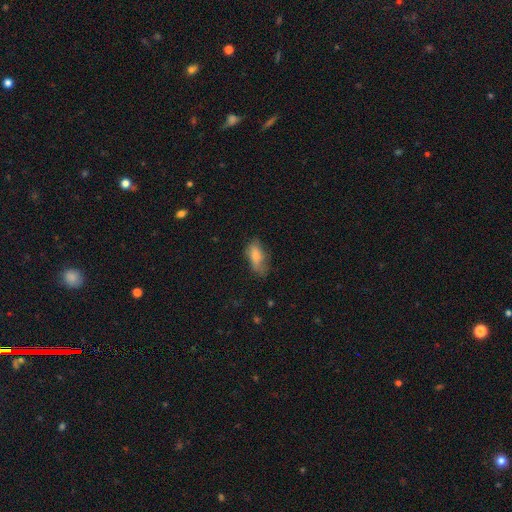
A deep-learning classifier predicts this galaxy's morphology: Q: Smooth or featured?
A: smooth (76%); runner-up: featured or disk (16%)
Q: How rounded?
A: in between (85%); runner-up: cigar-shaped (12%)
Q: Merging?
A: none (50%); runner-up: minor disturbance (33%)